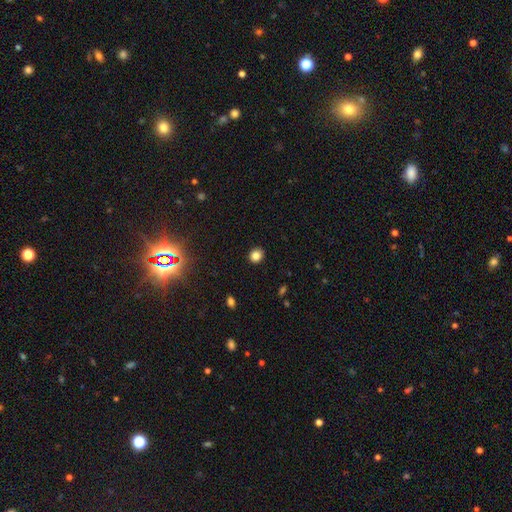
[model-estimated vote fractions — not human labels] Smooth or featured? smooth (83%)
How rounded? round (80%)
Merging? none (91%)